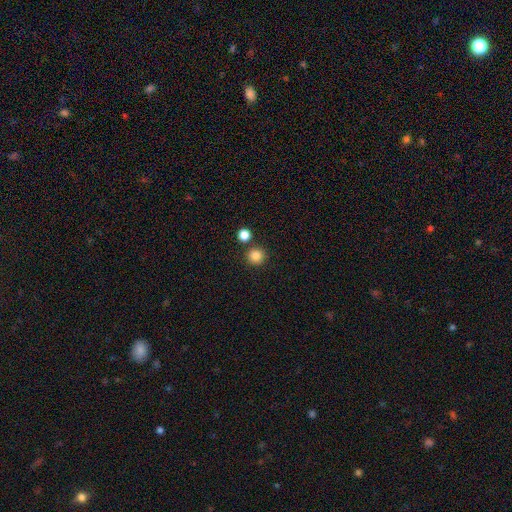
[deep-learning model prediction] The model was most divided on "smooth or featured": smooth: 84%, star or artifact: 12%, featured or disk: 4%. More confident: how rounded — round (95%); merging — none (84%).